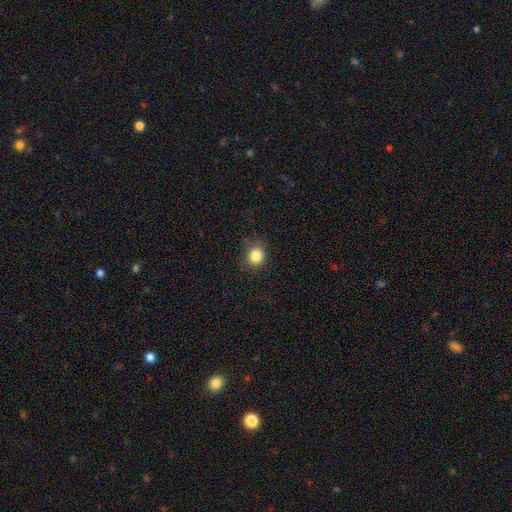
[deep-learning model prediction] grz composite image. It shows a smooth galaxy with no disk features (85%) that is round (75%). Merging: none (82%).